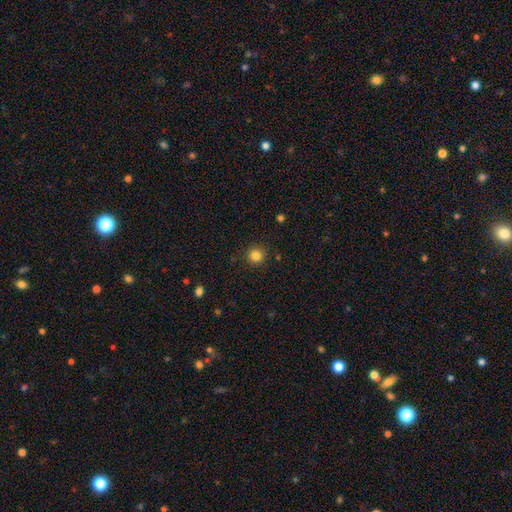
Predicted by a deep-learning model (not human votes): The model was most divided on "smooth or featured": smooth: 83%, star or artifact: 12%, featured or disk: 5%. More confident: how rounded — round (94%); merging — none (91%).